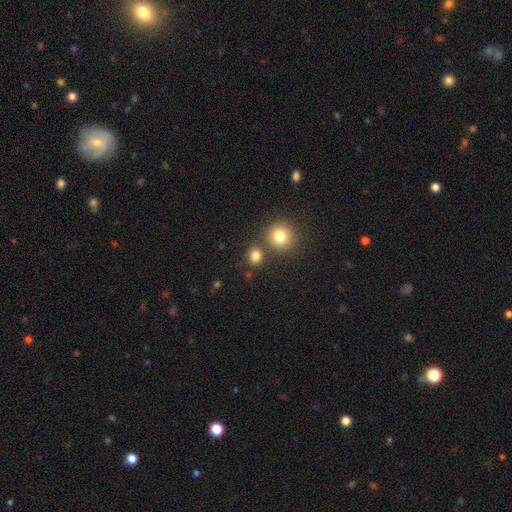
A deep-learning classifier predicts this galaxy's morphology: Overall: smooth (81%). How rounded: round (78%). Merging: none (71%).